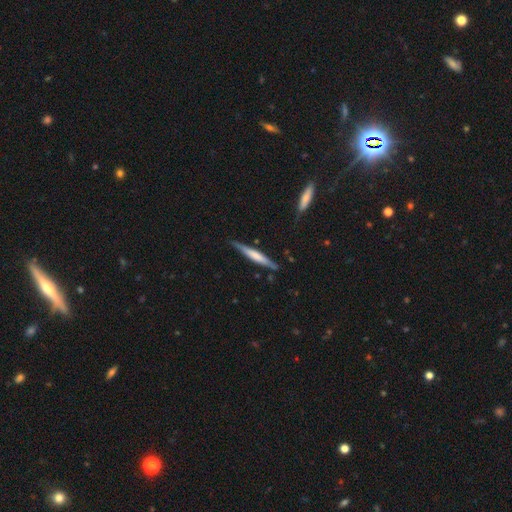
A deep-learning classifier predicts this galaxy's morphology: A featured or disk galaxy (48%).

Vote fractions:
- Smooth or featured? featured or disk: 48% / smooth: 47% / star or artifact: 5%
- Merging? none: 83% / minor disturbance: 13% / major disturbance: 2% / merger: 2%